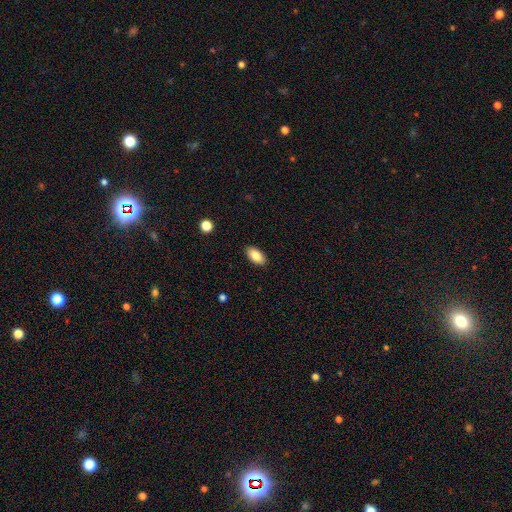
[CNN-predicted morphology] This appears to be a smooth galaxy with no disk features (84%) that is in between round and cigar-shaped (93%). Merging: none (89%).